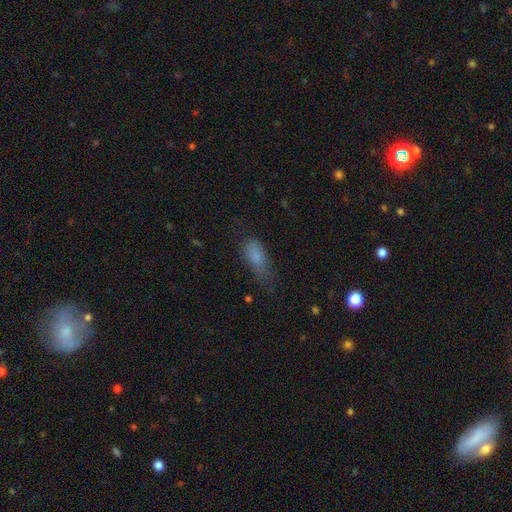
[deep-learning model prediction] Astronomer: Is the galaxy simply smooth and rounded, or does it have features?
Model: smooth — 78%.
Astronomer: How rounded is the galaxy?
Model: in between — 77%.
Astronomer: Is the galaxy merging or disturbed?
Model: none — 43% (runner-up: minor disturbance, 34%).